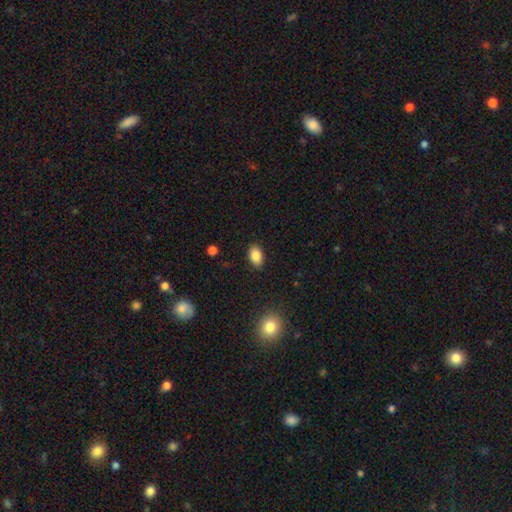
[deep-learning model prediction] smooth-or-featured: smooth: 85% | star or artifact: 9% | featured or disk: 6%
  how-rounded: in between: 89% | round: 10% | cigar-shaped: 2%
  merging: none: 86% | minor disturbance: 10% | major disturbance: 2% | merger: 1%